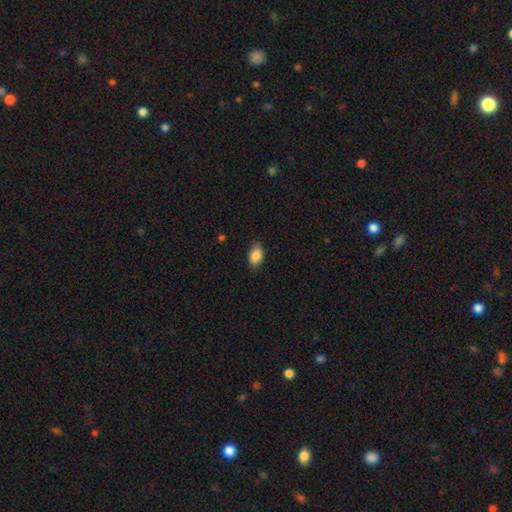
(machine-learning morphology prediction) A smooth galaxy with no disk features (87%) that is in between round and cigar-shaped (89%). Merging: none (82%).